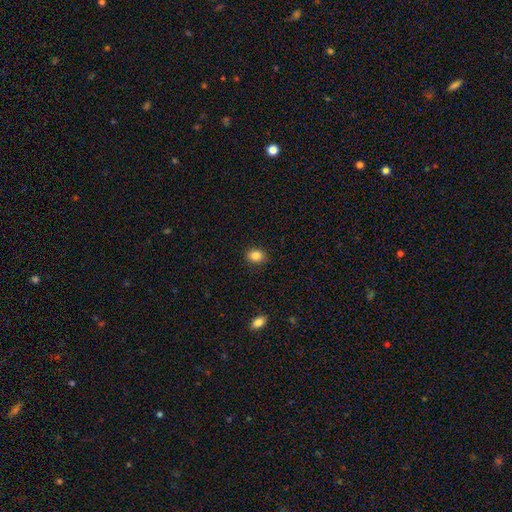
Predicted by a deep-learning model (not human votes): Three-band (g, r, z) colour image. It shows a smooth galaxy with no disk features (85%) that is round (53%). Merging: none (88%).